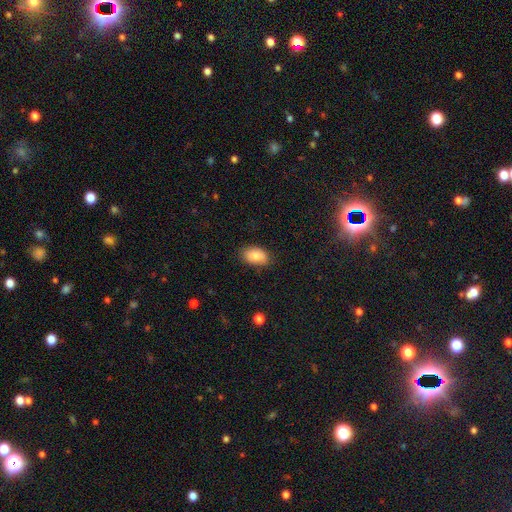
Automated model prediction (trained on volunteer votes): Smooth or featured: smooth — 85% (featured or disk — 7%)
How rounded: in between — 91% (round — 8%)
Merging: none — 82% (minor disturbance — 14%)